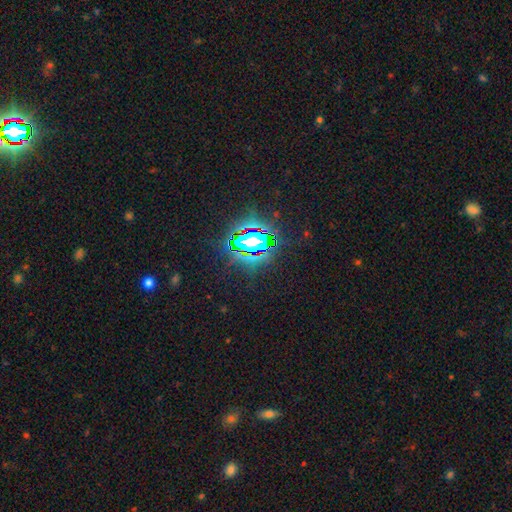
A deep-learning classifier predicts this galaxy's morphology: Overall: star or artifact (79%).